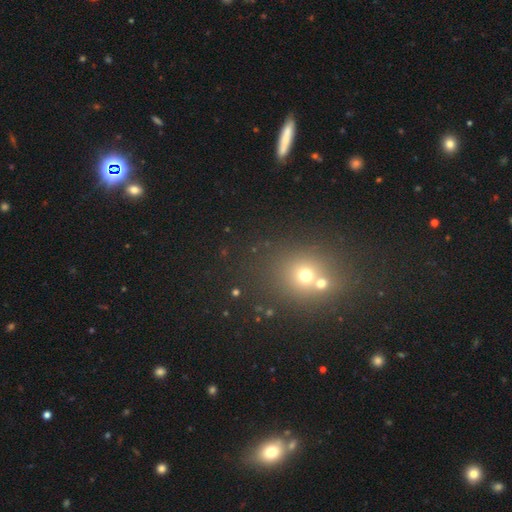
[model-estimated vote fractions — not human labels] This is possibly a smooth galaxy (47%). Merging: likely none (64%).